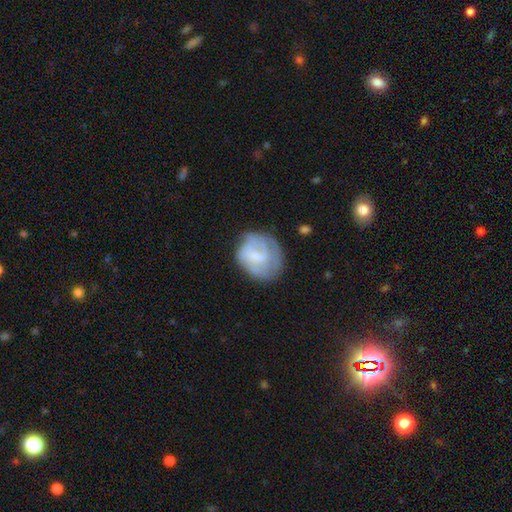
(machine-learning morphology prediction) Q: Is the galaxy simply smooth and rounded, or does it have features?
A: featured or disk — 49%.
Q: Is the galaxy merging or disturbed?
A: none — 53%.